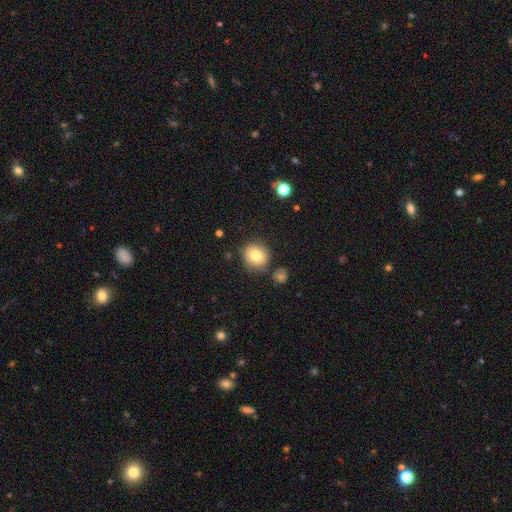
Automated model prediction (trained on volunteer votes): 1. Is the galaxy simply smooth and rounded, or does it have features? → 78% smooth, 11% featured or disk, 11% star or artifact.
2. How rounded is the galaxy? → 88% round, 11% in between, 1% cigar-shaped.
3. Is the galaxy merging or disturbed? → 80% none, 11% minor disturbance, 6% merger, 3% major disturbance.